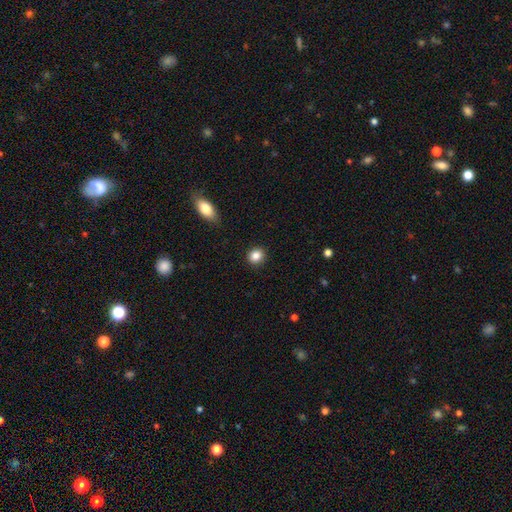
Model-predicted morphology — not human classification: This is clearly a smooth galaxy (85%). How rounded: clearly round (82%). Merging: clearly none (91%).